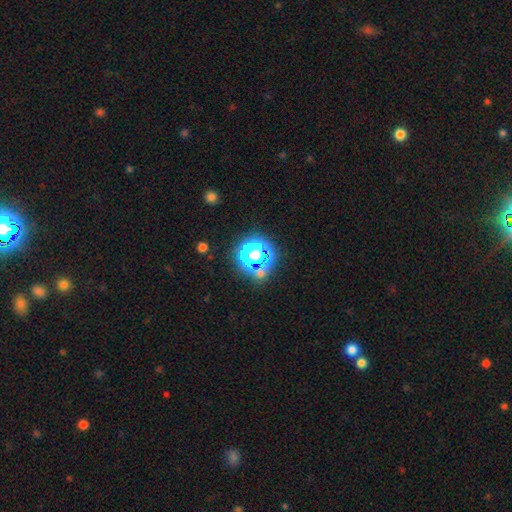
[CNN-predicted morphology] smooth_or_featured: smooth (p=0.42) [alt: star or artifact p=0.41]
merging: none (p=0.64) [alt: minor disturbance p=0.14]